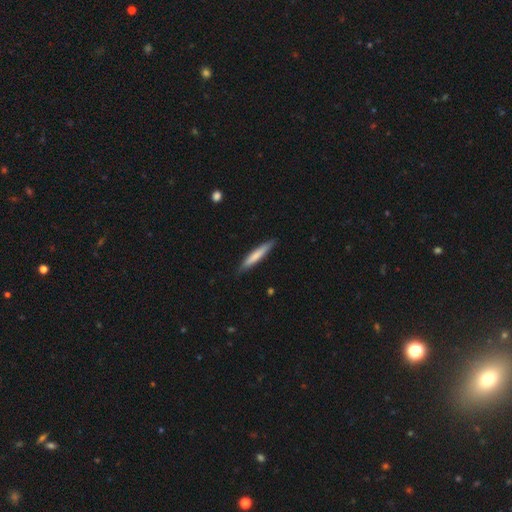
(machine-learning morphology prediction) Overall: smooth (71%). How rounded: cigar-shaped (93%). Merging: none (87%).